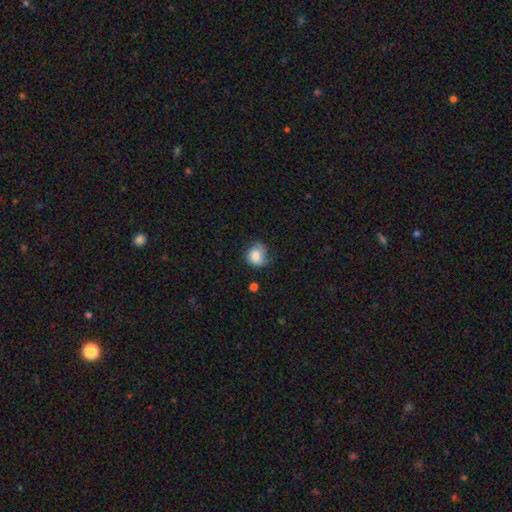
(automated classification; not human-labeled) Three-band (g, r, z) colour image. It shows a smooth galaxy with no disk features (79%) that is round (73%). Merging: none (51%).